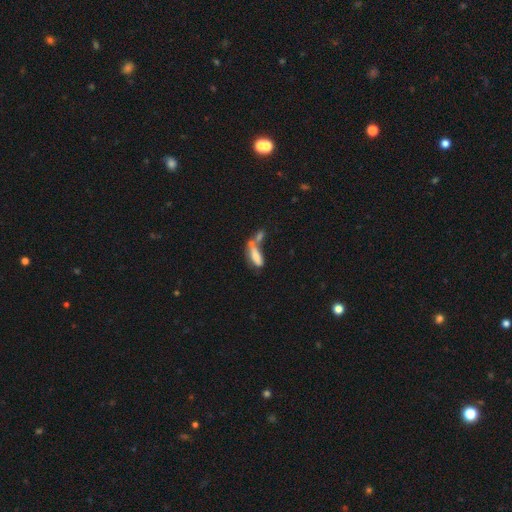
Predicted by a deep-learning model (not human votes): smooth_or_featured: smooth (p=0.69) [alt: featured or disk p=0.21]
how_rounded: in between (p=0.57) [alt: cigar-shaped p=0.41]
merging: merger (p=0.52) [alt: none p=0.23]